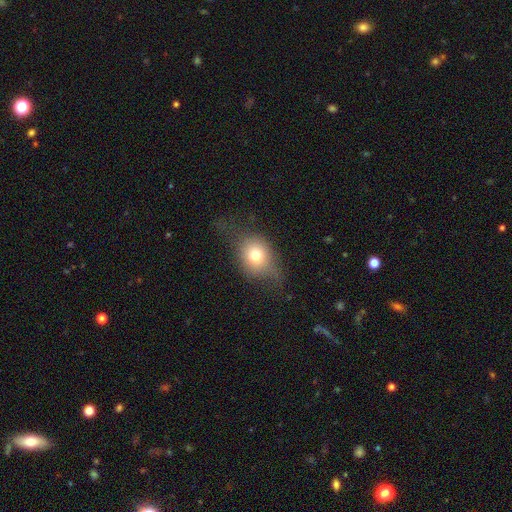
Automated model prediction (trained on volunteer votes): Morphology: type=smooth (67%); roundness=round (56%); merging=none (47%).